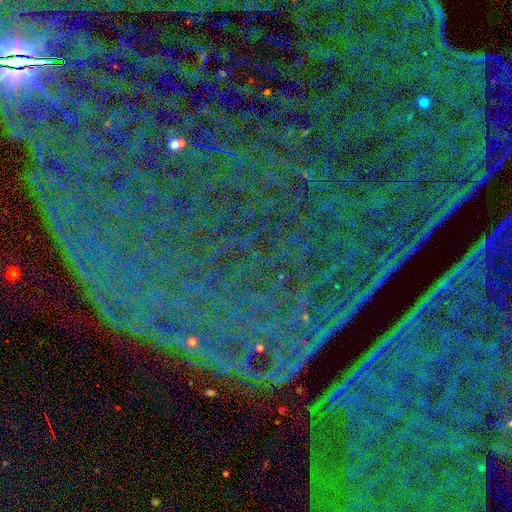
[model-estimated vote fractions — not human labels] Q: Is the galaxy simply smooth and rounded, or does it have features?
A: star or artifact — 87%.